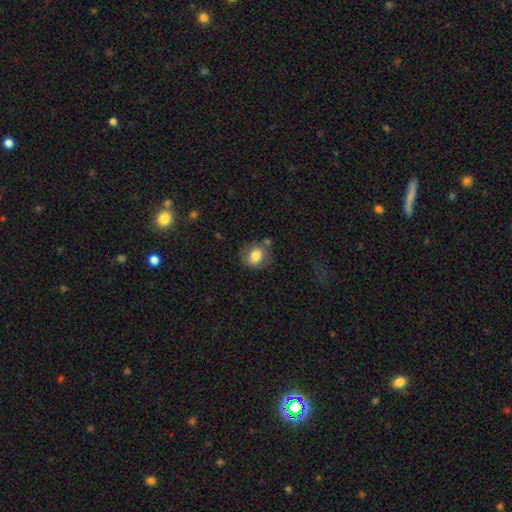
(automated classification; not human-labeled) The model was most divided on "how rounded": round: 63%, in between: 36%, cigar-shaped: 1%. More confident: smooth or featured — smooth (77%); merging — none (69%).